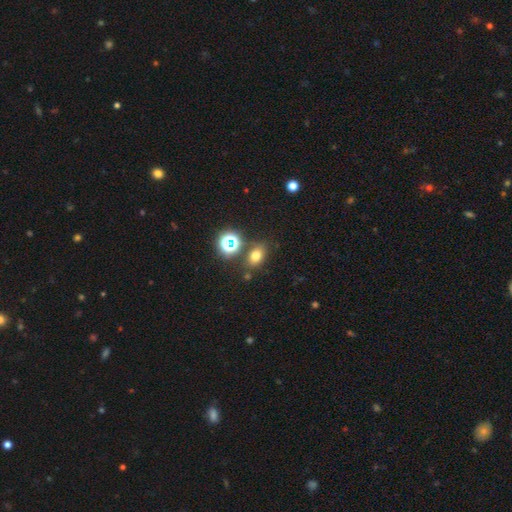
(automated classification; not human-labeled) A smooth galaxy with no disk features (69%) that is in between round and cigar-shaped (68%). Merging: none (76%).